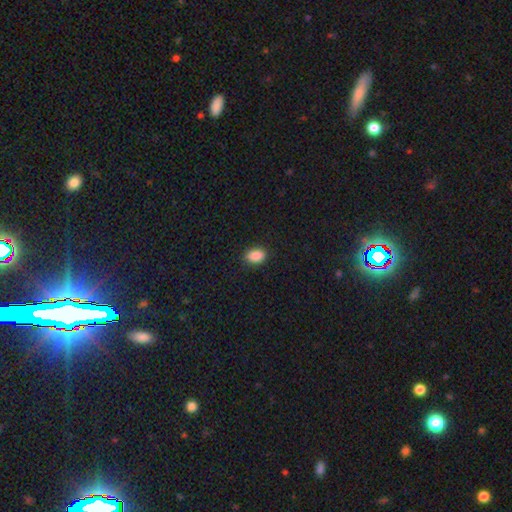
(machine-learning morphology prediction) smooth_or_featured: smooth (p=0.88) [alt: star or artifact p=0.09]
how_rounded: in between (p=0.83) [alt: round p=0.15]
merging: none (p=0.87) [alt: minor disturbance p=0.10]